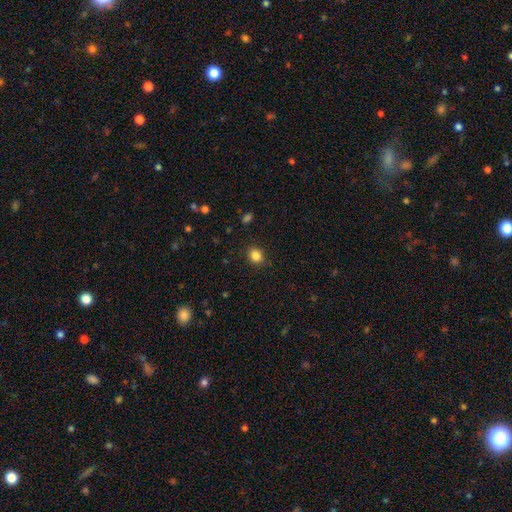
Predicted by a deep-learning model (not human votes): Smooth or featured? smooth (85%)
How rounded? round (73%)
Merging? none (88%)